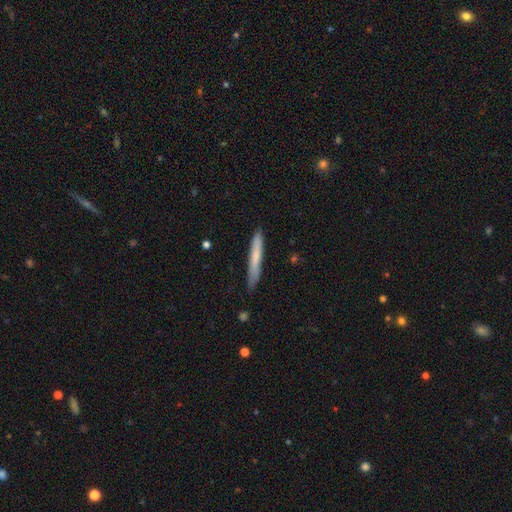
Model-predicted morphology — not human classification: This appears to be a smooth galaxy with no disk features (65%) that is cigar-shaped (96%). Merging: none (84%).